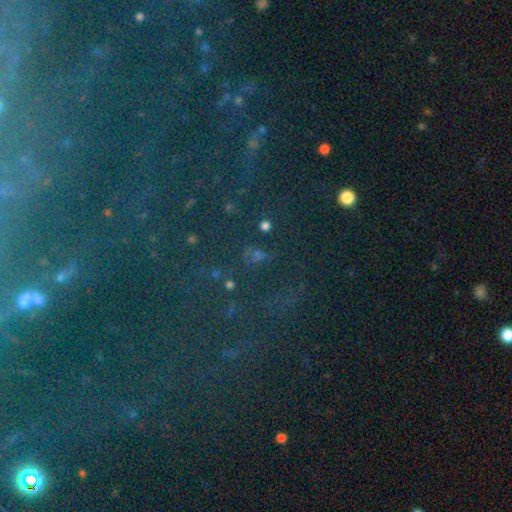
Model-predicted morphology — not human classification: Smooth or featured? Predicted: star or artifact (p=0.68).